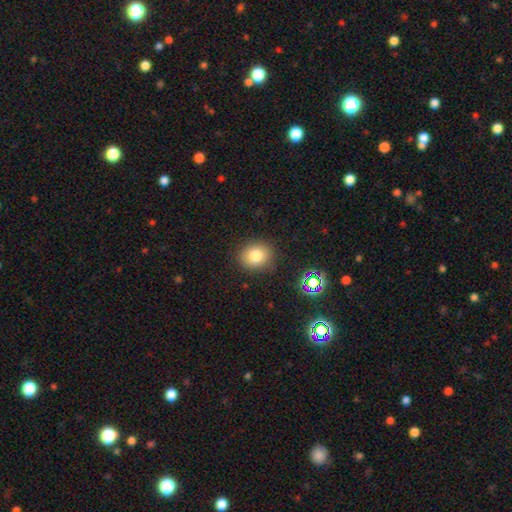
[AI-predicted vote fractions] Smooth or featured? Predicted: smooth (p=0.79). How rounded? Predicted: round (p=0.71). Merging? Predicted: none (p=0.86).